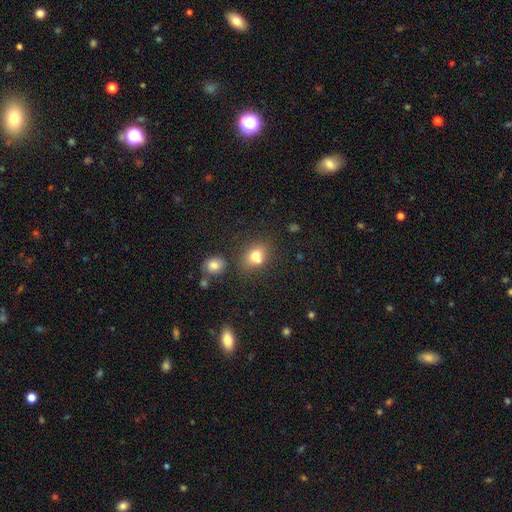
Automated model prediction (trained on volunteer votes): This appears to be a smooth galaxy with no disk features (74%) that is round (52%). Merging: none (53%).